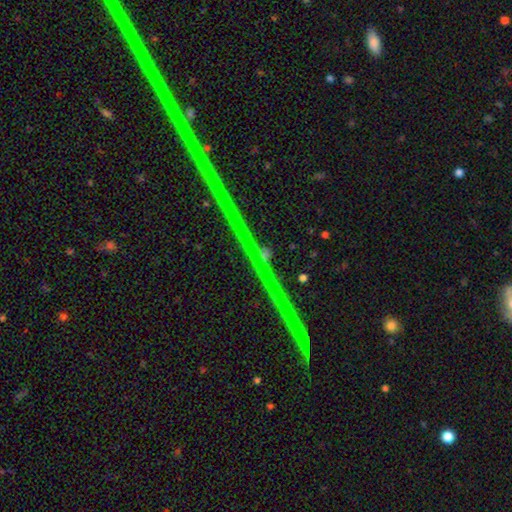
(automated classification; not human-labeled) This is clearly a star or artifact rather than a galaxy (86%).